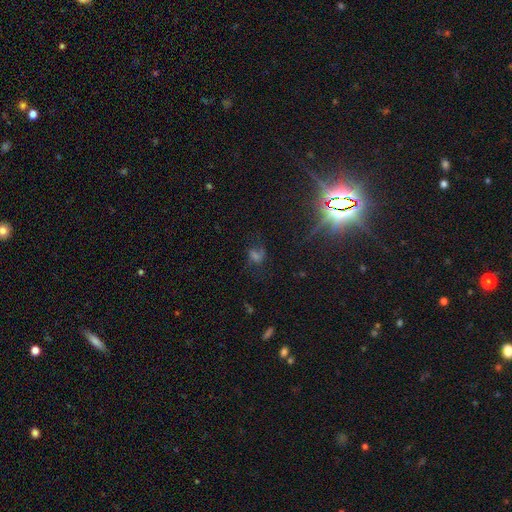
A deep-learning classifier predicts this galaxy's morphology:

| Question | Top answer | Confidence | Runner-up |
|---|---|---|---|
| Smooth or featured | star or artifact | 44% | featured or disk (32%) |